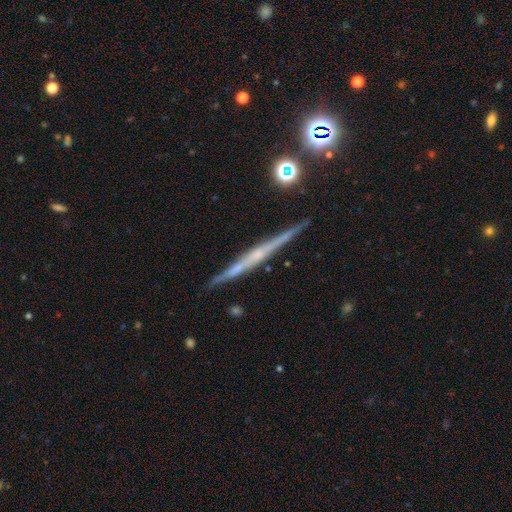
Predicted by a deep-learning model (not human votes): smooth-or-featured: featured or disk: 70% | smooth: 20% | star or artifact: 10%
  disk-edge-on: yes: 97% | no: 3%
    edge-on-bulge: none: 60% | rounded: 31% | boxy: 9%
  merging: none: 88% | minor disturbance: 8% | merger: 2% | major disturbance: 2%